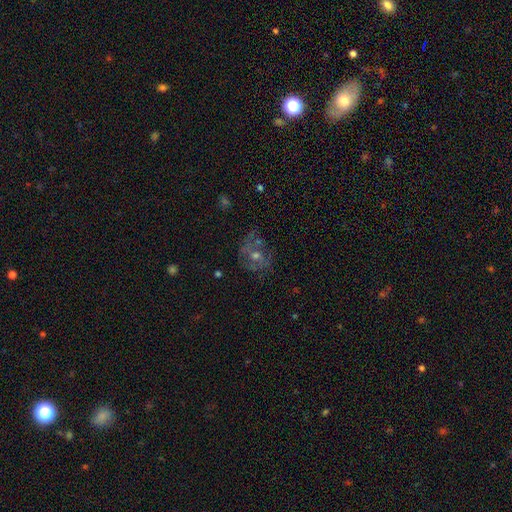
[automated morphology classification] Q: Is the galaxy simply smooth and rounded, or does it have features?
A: featured or disk — 55%.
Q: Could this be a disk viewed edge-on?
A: no — 96%.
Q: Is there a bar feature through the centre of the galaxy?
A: no — 75%.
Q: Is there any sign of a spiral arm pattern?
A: no — 51%.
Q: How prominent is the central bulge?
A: moderate — 59%.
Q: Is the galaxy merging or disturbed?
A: none — 59%.